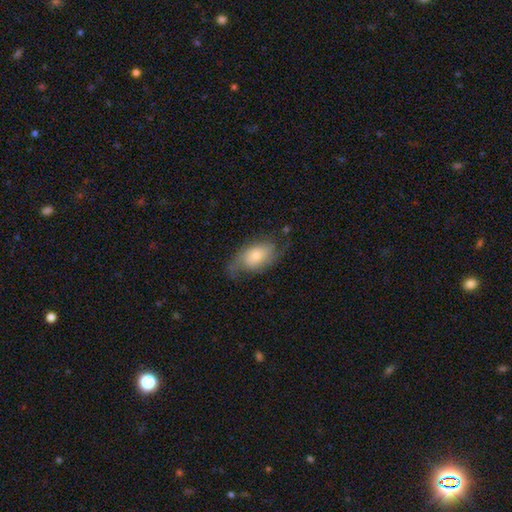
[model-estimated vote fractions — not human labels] This appears to be a featured or disk galaxy (54%). Merging: none (58%).